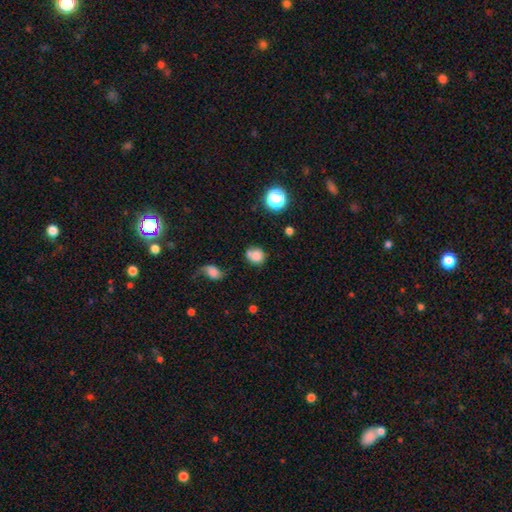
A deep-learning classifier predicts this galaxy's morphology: Smooth or featured? smooth (79%)
How rounded? round (72%)
Merging? none (53%)